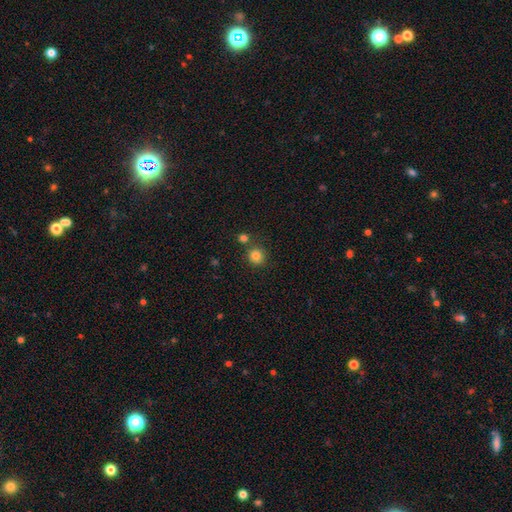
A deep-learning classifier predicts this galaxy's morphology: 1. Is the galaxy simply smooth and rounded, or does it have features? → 83% smooth, 12% star or artifact, 5% featured or disk.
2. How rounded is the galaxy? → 91% round, 8% in between, 1% cigar-shaped.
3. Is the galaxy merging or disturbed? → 77% none, 12% merger, 8% minor disturbance, 3% major disturbance.